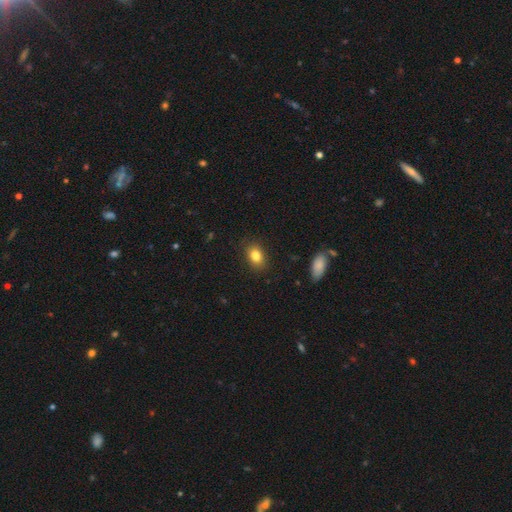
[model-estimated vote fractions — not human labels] smooth 83%, star or artifact 10%, featured or disk 8%. Down the decision tree: how rounded — in between (74%); merging — none (86%).